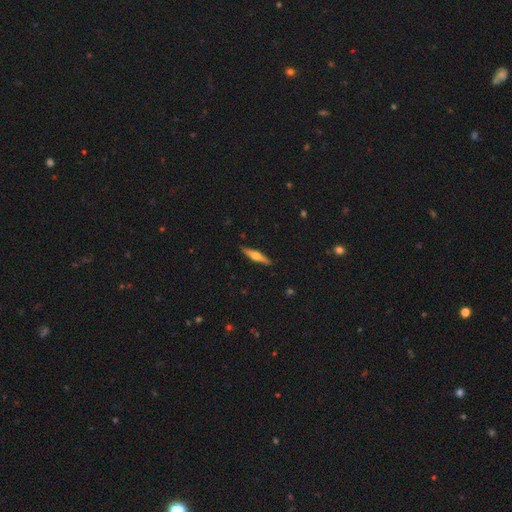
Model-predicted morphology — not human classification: smooth_or_featured: featured or disk (p=0.64) [alt: smooth p=0.31]
disk_edge_on: yes (p=0.97) [alt: no p=0.03]
edge_on_bulge: rounded (p=0.94) [alt: boxy p=0.03]
merging: none (p=0.91) [alt: minor disturbance p=0.07]